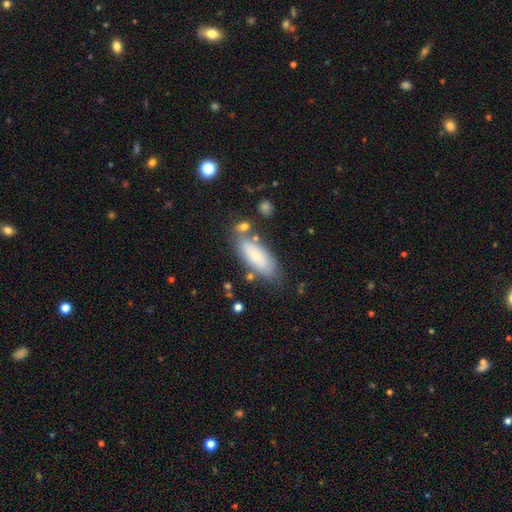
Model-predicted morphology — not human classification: This appears to be a smooth galaxy with no disk features (79%) that is in between round and cigar-shaped (73%). Merging: none (71%).